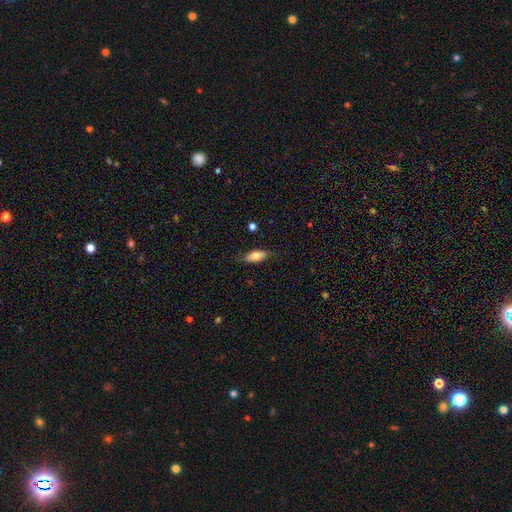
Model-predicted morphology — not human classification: Smooth or featured: smooth — 68% (featured or disk — 25%)
How rounded: in between — 73% (cigar-shaped — 24%)
Merging: none — 75% (minor disturbance — 20%)